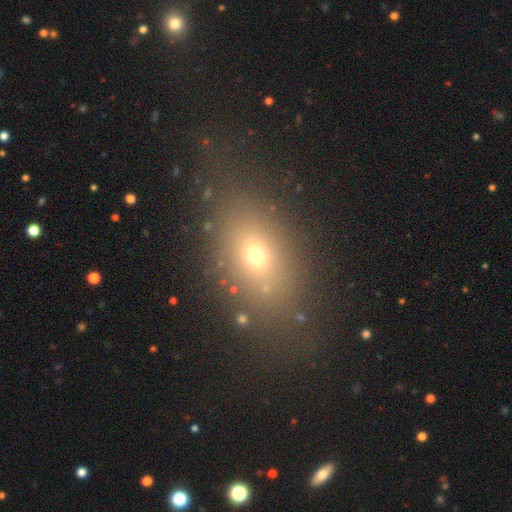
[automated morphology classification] smooth-or-featured: smooth: 63% | star or artifact: 22% | featured or disk: 15%
  how-rounded: in between: 70% | round: 25% | cigar-shaped: 4%
  merging: none: 74% | minor disturbance: 14% | major disturbance: 9% | merger: 4%